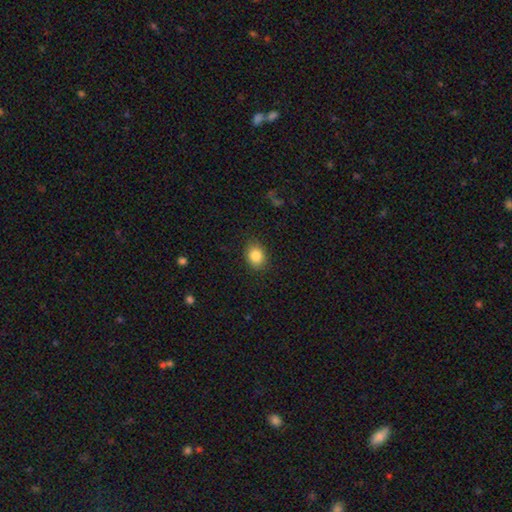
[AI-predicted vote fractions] Smooth or featured?
  - smooth: 85% *
  - star or artifact: 9%
  - featured or disk: 6%
How rounded?
  - round: 50% *
  - in between: 49%
  - cigar-shaped: 1%
Merging?
  - none: 87% *
  - minor disturbance: 10%
  - major disturbance: 2%
  - merger: 1%